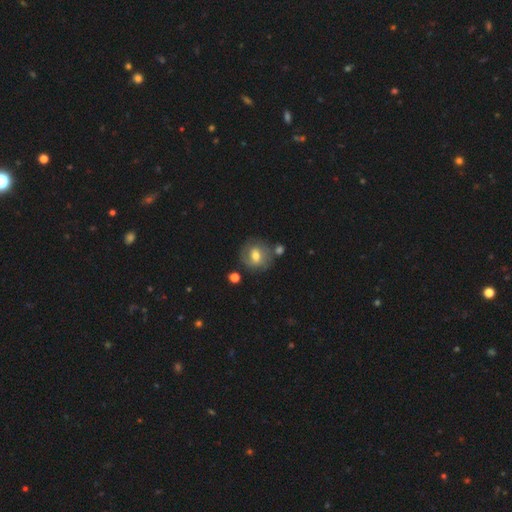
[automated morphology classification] A featured or disk galaxy (47%). Merging: none (69%).